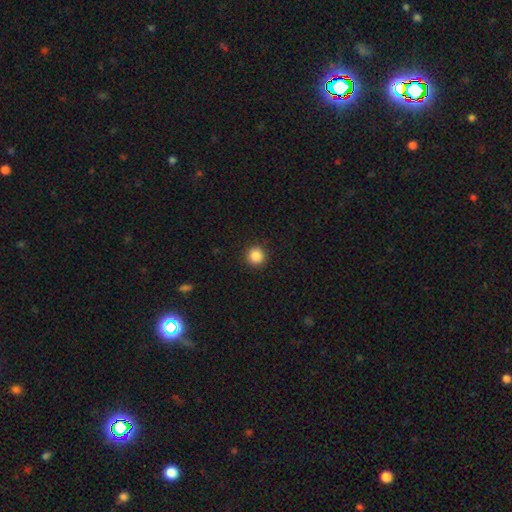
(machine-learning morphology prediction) smooth 87%, star or artifact 10%, featured or disk 3%. Down the decision tree: how rounded — round (96%); merging — none (93%).